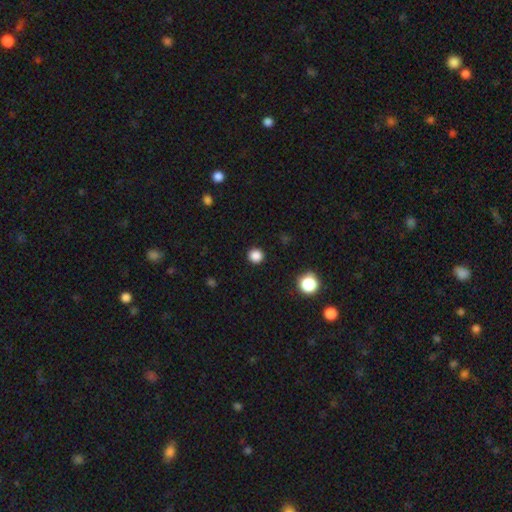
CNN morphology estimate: Smooth or featured? Predicted: smooth (p=0.84). How rounded? Predicted: round (p=0.94). Merging? Predicted: none (p=0.92).